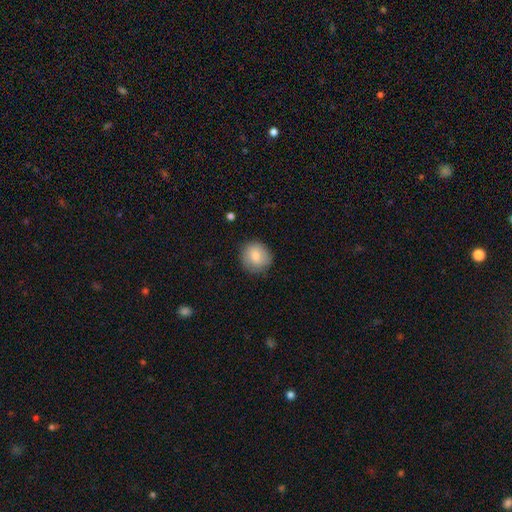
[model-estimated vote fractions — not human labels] A smooth galaxy with no disk features (81%) that is round (88%).

Vote fractions:
- Smooth or featured? smooth: 81% / featured or disk: 12% / star or artifact: 7%
- How rounded? round: 88% / in between: 11% / cigar-shaped: 1%
- Merging? none: 84% / minor disturbance: 12% / major disturbance: 3% / merger: 1%